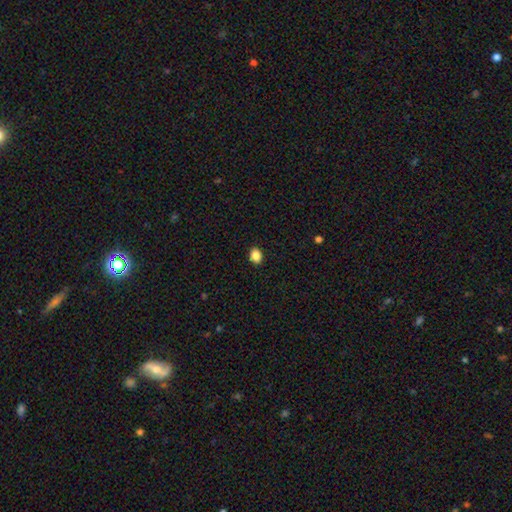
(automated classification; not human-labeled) This appears to be a smooth galaxy with no disk features (86%) that is in between round and cigar-shaped (53%). Merging: none (91%).